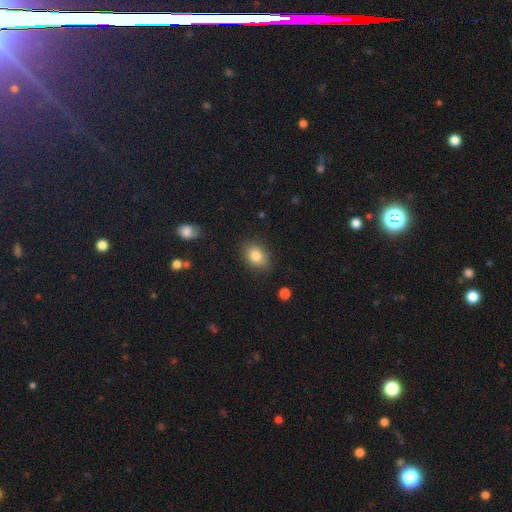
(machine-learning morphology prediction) Smooth or featured?
  - smooth: 83% *
  - star or artifact: 9%
  - featured or disk: 8%
How rounded?
  - in between: 64% *
  - round: 35%
  - cigar-shaped: 1%
Merging?
  - none: 85% *
  - minor disturbance: 11%
  - major disturbance: 3%
  - merger: 1%